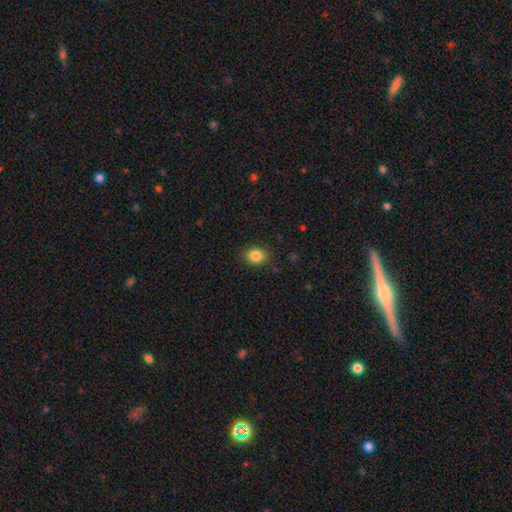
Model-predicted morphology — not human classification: Smooth or featured? smooth (85%)
How rounded? round (52%)
Merging? none (86%)